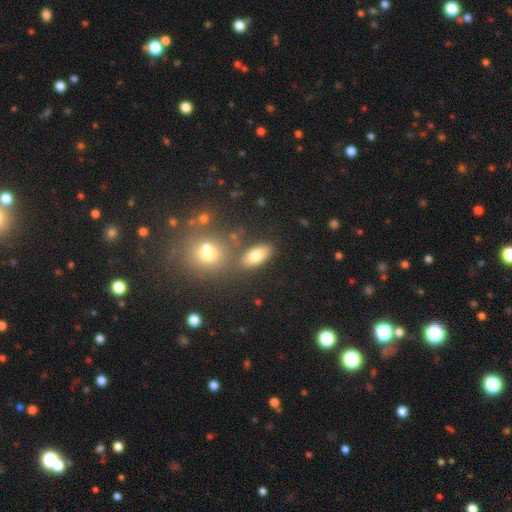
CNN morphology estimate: Q: Smooth or featured?
A: smooth (77%); runner-up: featured or disk (14%)
Q: How rounded?
A: in between (86%); runner-up: cigar-shaped (8%)
Q: Merging?
A: none (74%); runner-up: minor disturbance (11%)